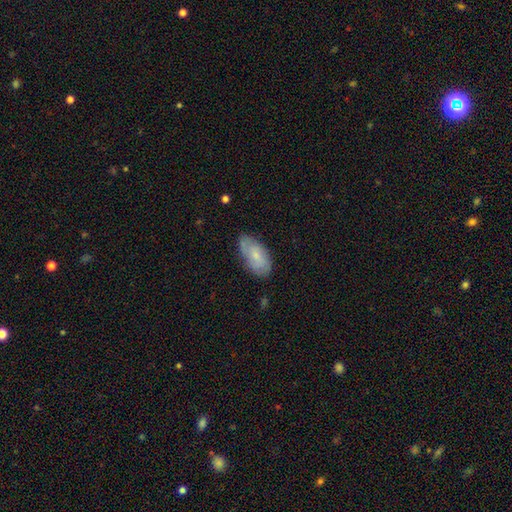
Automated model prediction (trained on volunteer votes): smooth_or_featured: smooth (p=0.55) [alt: featured or disk p=0.38]
how_rounded: in between (p=0.91) [alt: cigar-shaped p=0.05]
merging: none (p=0.69) [alt: minor disturbance p=0.24]